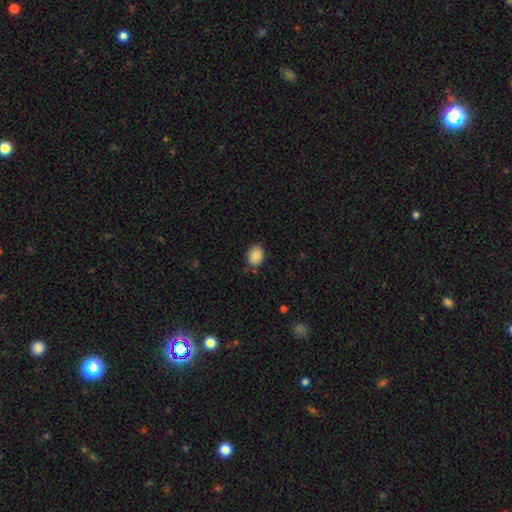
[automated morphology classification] A smooth galaxy with no disk features (87%) that is in between round and cigar-shaped (55%). Merging: none (77%).